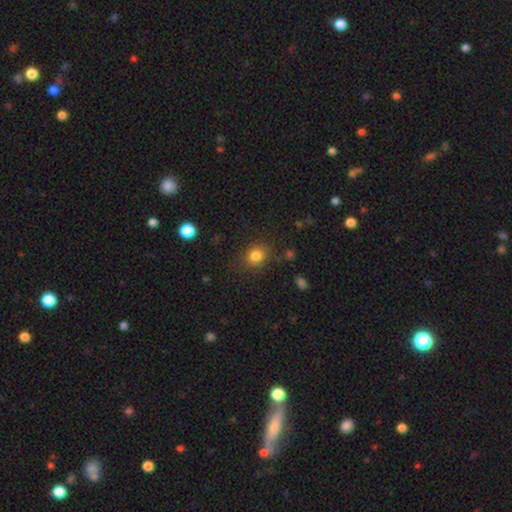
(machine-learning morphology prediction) smooth_or_featured: smooth (p=0.82) [alt: star or artifact p=0.12]
how_rounded: round (p=0.69) [alt: in between p=0.30]
merging: none (p=0.81) [alt: minor disturbance p=0.12]